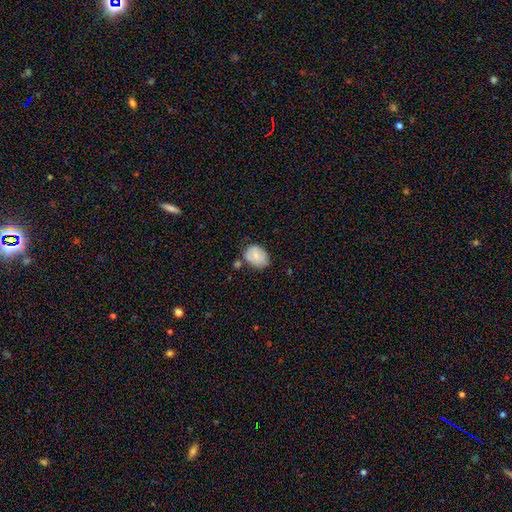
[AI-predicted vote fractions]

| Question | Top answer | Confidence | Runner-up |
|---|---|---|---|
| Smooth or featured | smooth | 72% | featured or disk (21%) |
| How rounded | in between | 64% | round (36%) |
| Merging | none | 53% | minor disturbance (30%) |